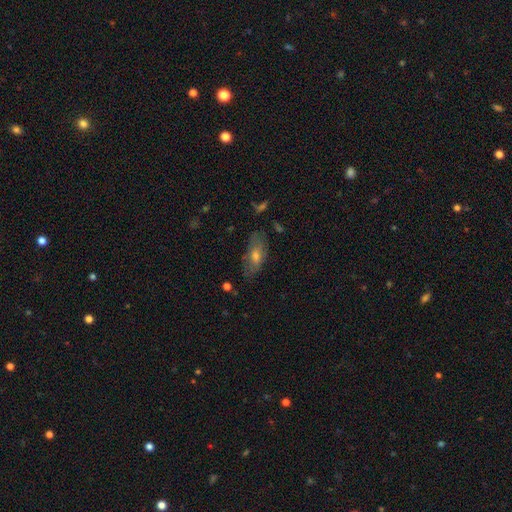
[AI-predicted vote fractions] smooth-or-featured: smooth: 51% | featured or disk: 39% | star or artifact: 10%
  how-rounded: in between: 75% | cigar-shaped: 20% | round: 4%
  merging: none: 74% | minor disturbance: 19% | major disturbance: 5% | merger: 2%